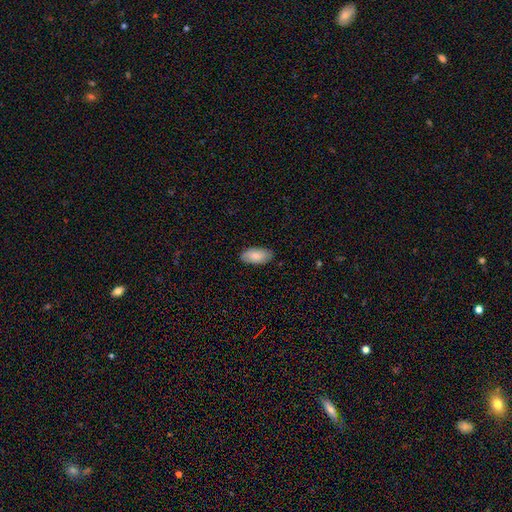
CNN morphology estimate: A smooth galaxy with no disk features (81%) that is in between round and cigar-shaped (94%).

Vote fractions:
- Smooth or featured? smooth: 81% / featured or disk: 13% / star or artifact: 6%
- How rounded? in between: 94% / cigar-shaped: 4% / round: 2%
- Merging? none: 85% / minor disturbance: 12% / major disturbance: 2% / merger: 1%